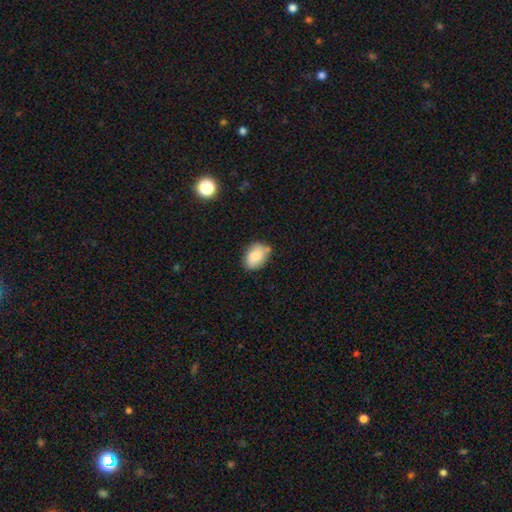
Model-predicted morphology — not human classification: The model was most divided on "merging": none: 69%, minor disturbance: 23%, merger: 5%, major disturbance: 4%. More confident: how rounded — in between (80%); smooth or featured — smooth (76%).